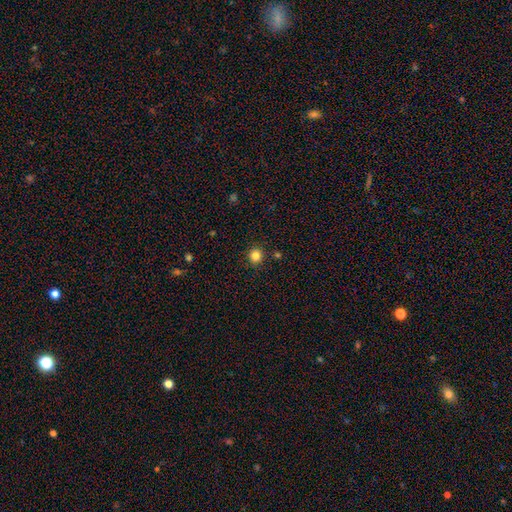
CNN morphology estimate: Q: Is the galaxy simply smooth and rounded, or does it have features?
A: smooth — 83%.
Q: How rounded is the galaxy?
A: round — 92%.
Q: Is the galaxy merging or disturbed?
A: none — 90%.